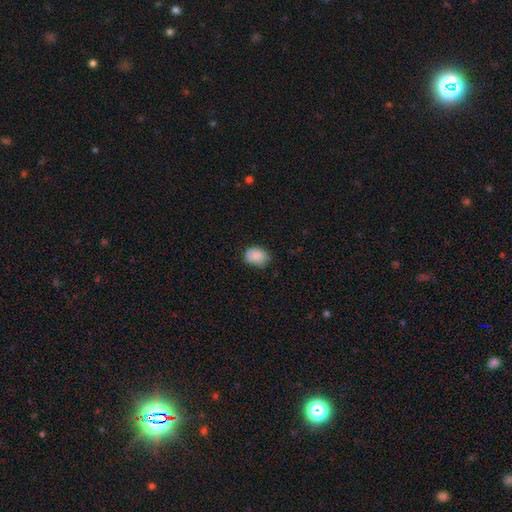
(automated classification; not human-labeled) This appears to be a smooth galaxy with no disk features (84%) that is in between round and cigar-shaped (62%). Merging: none (62%).